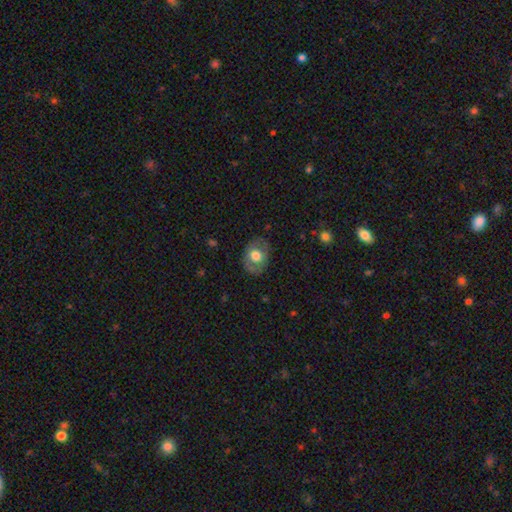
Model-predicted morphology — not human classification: Smooth or featured: smooth — 63% (featured or disk — 30%)
How rounded: in between — 57% (round — 42%)
Merging: none — 80% (minor disturbance — 14%)